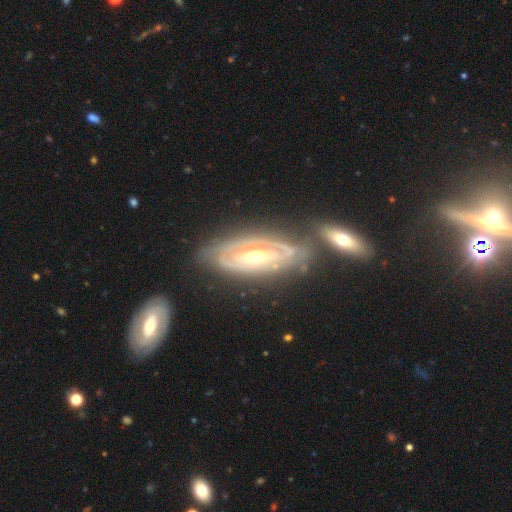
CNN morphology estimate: This appears to be a featured or disk galaxy (83%) with no bar (50%), tight (74%) spiral arms (75%) and a moderate central bulge (70%). Merging: none (63%).